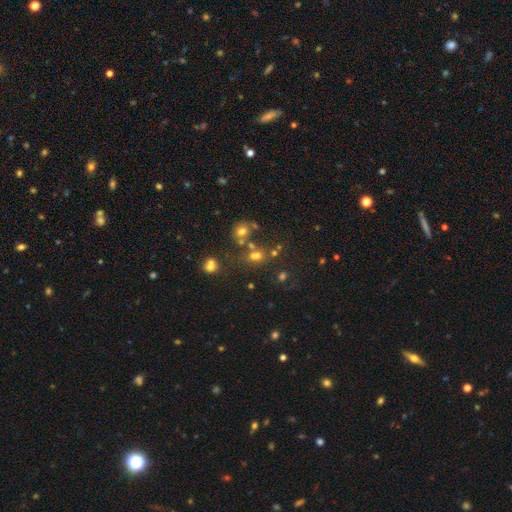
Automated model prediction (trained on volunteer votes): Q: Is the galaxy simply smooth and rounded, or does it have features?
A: smooth — 57%.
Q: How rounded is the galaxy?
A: round — 62%.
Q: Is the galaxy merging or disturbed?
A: none — 54%.